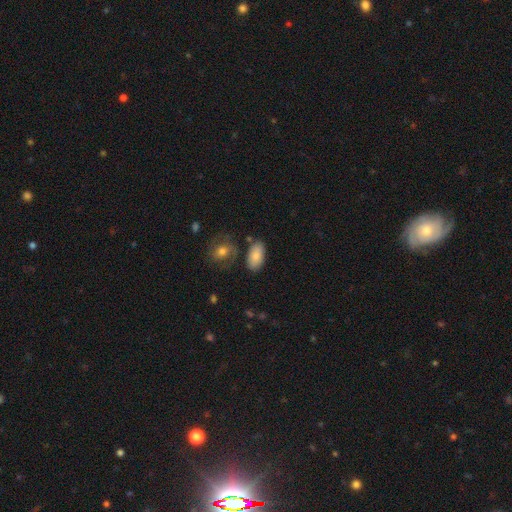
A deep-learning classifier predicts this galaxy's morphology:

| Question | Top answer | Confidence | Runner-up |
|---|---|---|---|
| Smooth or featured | smooth | 82% | featured or disk (11%) |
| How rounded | in between | 93% | round (4%) |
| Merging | none | 73% | minor disturbance (15%) |